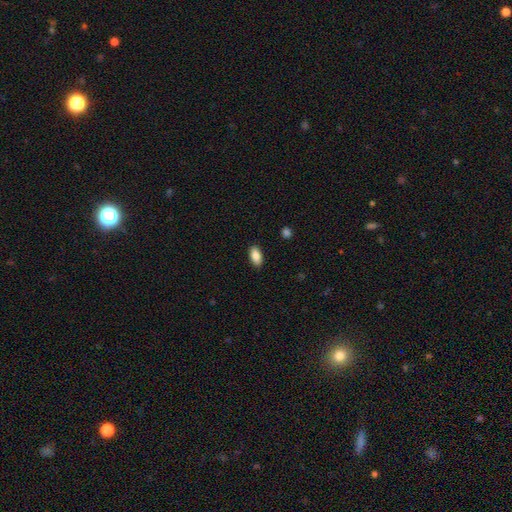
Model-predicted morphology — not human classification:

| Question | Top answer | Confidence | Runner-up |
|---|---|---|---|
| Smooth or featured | smooth | 87% | star or artifact (7%) |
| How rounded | in between | 92% | cigar-shaped (5%) |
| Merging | none | 88% | minor disturbance (9%) |